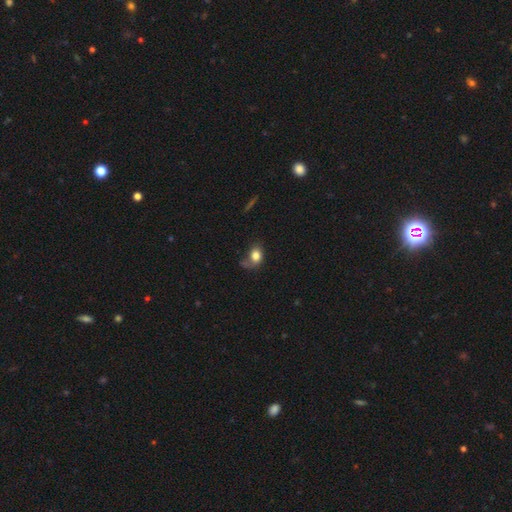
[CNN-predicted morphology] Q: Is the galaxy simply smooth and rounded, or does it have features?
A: smooth — 78%.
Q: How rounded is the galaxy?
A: in between — 63%.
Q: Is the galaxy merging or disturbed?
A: none — 39%.